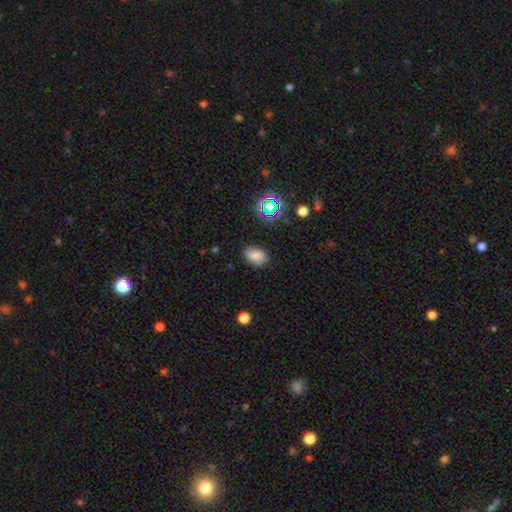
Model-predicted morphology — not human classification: This appears to be a smooth galaxy with no disk features (72%) that is in between round and cigar-shaped (82%). Merging: none (78%).